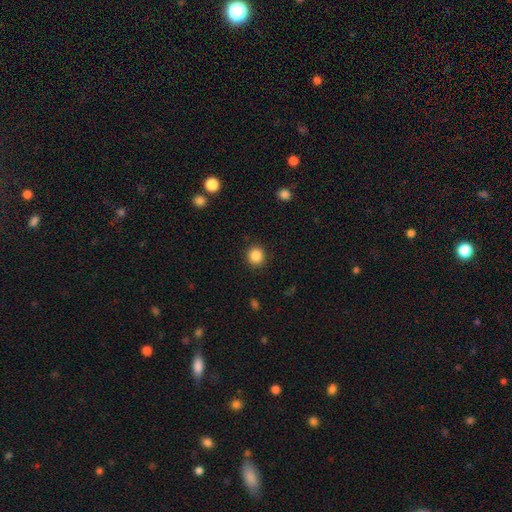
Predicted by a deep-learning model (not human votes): Morphology: type=smooth (86%); roundness=round (90%); merging=none (91%).